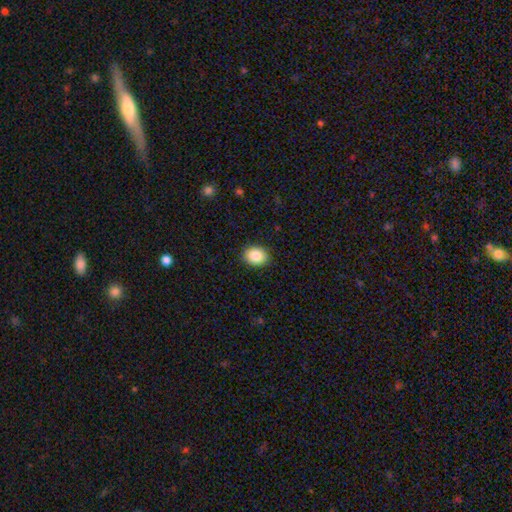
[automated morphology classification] smooth_or_featured: smooth (p=0.85) [alt: star or artifact p=0.09]
how_rounded: in between (p=0.53) [alt: round p=0.46]
merging: none (p=0.90) [alt: minor disturbance p=0.07]